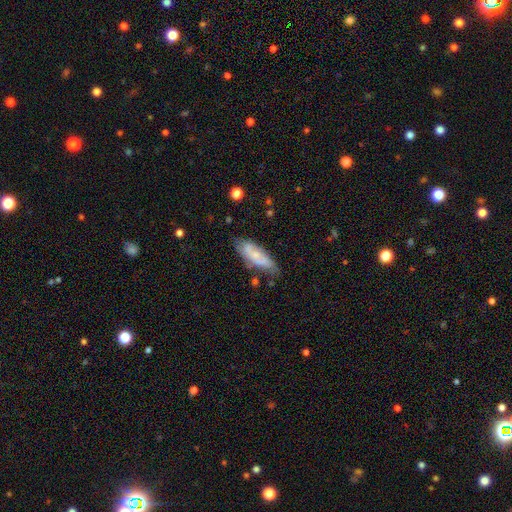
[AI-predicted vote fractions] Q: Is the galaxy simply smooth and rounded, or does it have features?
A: featured or disk — 49%.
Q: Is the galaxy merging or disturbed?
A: none — 64%.